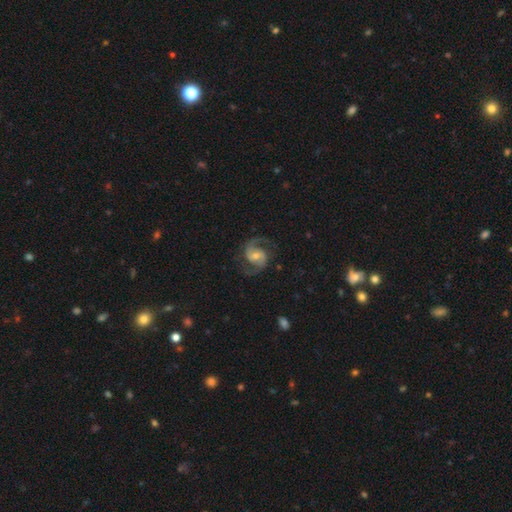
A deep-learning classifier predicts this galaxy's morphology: smooth_or_featured: featured or disk (p=0.90) [alt: smooth p=0.06]
disk_edge_on: no (p=0.98) [alt: yes p=0.02]
bar: weak (p=0.47) [alt: no p=0.36]
has_spiral_arms: yes (p=0.98) [alt: no p=0.02]
spiral_winding: medium (p=0.61) [alt: loose p=0.23]
spiral_arm_count: 2 (p=0.94) [alt: can't tell p=0.02]
bulge_size: moderate (p=0.54) [alt: small p=0.36]
merging: none (p=0.80) [alt: minor disturbance p=0.12]